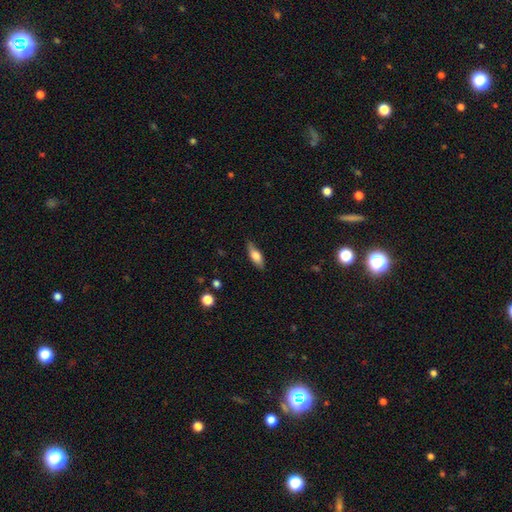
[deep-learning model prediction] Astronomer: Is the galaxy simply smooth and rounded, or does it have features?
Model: smooth — 67%.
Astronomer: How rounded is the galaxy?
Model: in between — 62%.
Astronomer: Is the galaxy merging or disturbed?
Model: none — 78%.